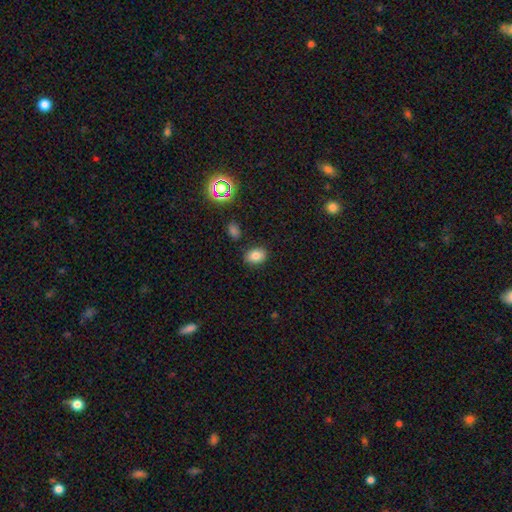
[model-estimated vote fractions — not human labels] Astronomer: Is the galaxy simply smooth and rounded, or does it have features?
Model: smooth — 81%.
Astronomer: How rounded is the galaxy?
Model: in between — 71%.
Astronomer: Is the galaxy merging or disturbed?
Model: none — 86%.